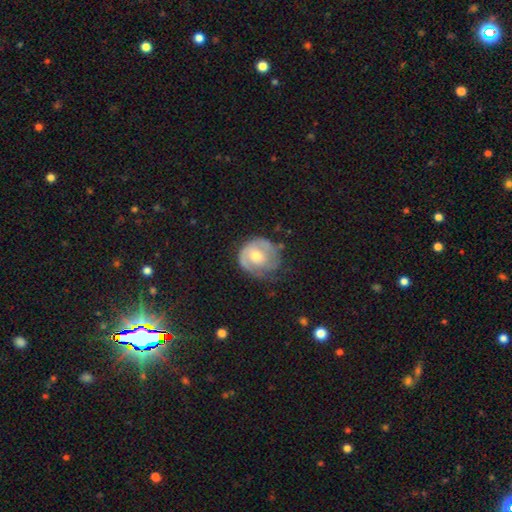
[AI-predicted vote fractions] This appears to be a featured or disk galaxy (71%) with no bar (67%), 2 (40%) tight (58%) spiral arms (85%) and a moderate central bulge (63%). Merging: none (59%).